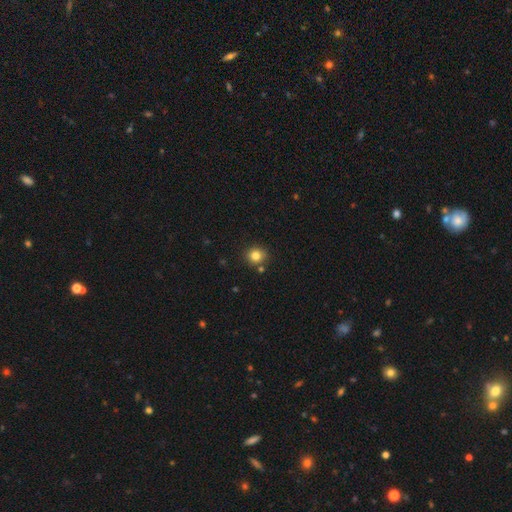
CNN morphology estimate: Smooth or featured: smooth — 82% (star or artifact — 12%)
How rounded: round — 87% (in between — 12%)
Merging: none — 82% (minor disturbance — 9%)